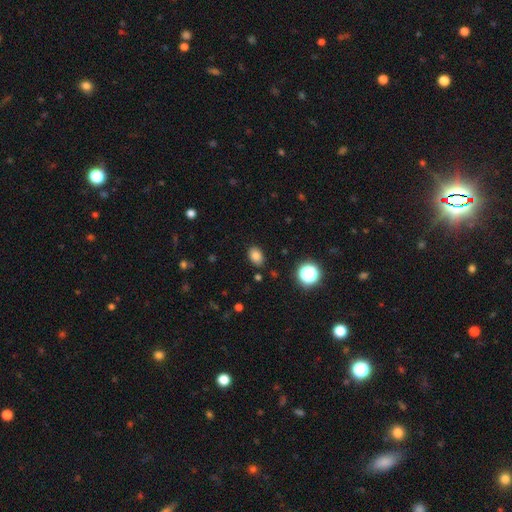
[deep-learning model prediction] Smooth or featured: smooth — 81% (star or artifact — 13%)
How rounded: in between — 75% (round — 24%)
Merging: none — 85% (minor disturbance — 10%)